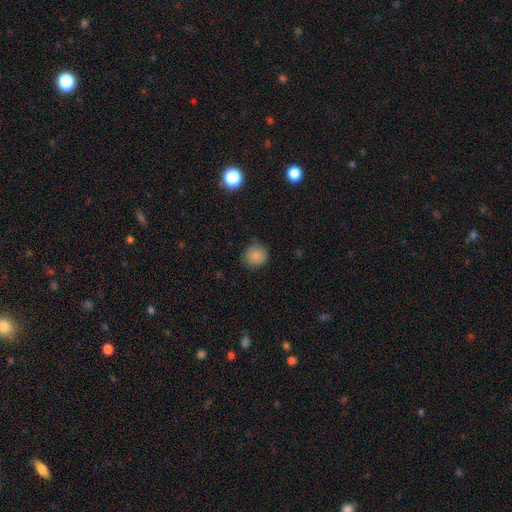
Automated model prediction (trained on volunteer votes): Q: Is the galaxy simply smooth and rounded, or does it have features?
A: smooth — 85%.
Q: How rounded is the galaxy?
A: round — 92%.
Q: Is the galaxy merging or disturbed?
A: none — 83%.